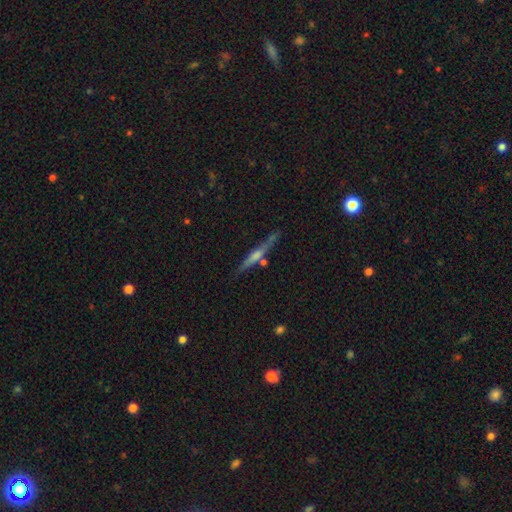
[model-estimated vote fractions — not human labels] A featured or disk galaxy (63%) viewed edge-on (96%) with a rounded central bulge (58%). Merging: none (79%).